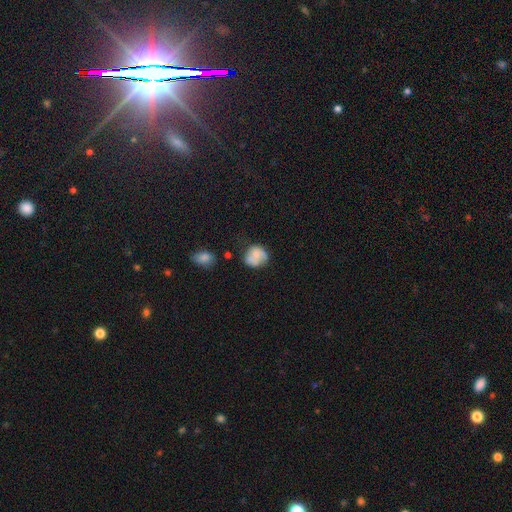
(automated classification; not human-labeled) This appears to be a smooth galaxy with no disk features (62%) that is round (66%). Merging: none (50%).